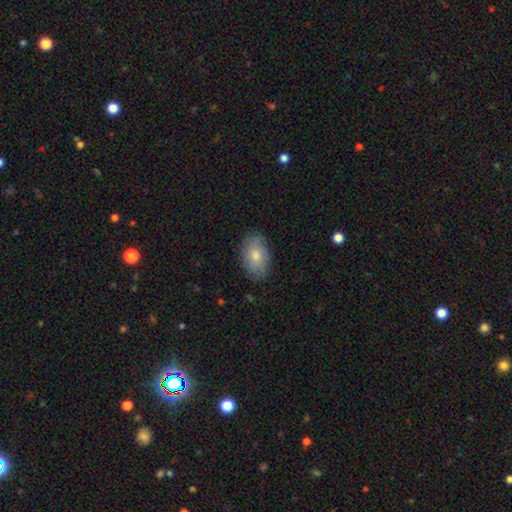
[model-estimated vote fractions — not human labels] A smooth galaxy with no disk features (78%) that is in between round and cigar-shaped (89%).

Vote fractions:
- Smooth or featured? smooth: 78% / featured or disk: 15% / star or artifact: 6%
- How rounded? in between: 89% / round: 10% / cigar-shaped: 1%
- Merging? none: 82% / minor disturbance: 14% / major disturbance: 3% / merger: 1%